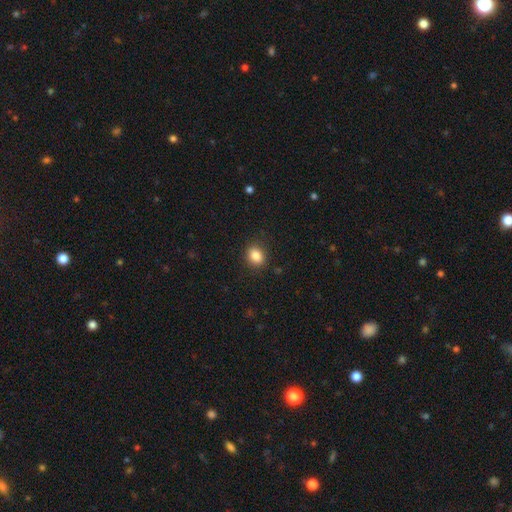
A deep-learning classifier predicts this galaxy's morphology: smooth 86%, star or artifact 10%, featured or disk 5%. Down the decision tree: how rounded — round (53%); merging — none (87%).